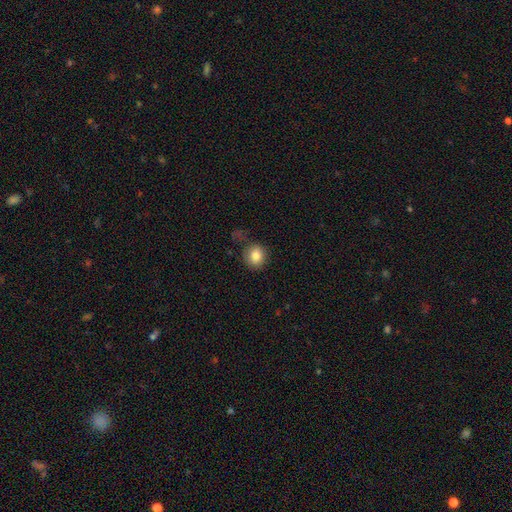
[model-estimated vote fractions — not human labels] Smooth or featured? smooth (84%)
How rounded? round (75%)
Merging? none (71%)